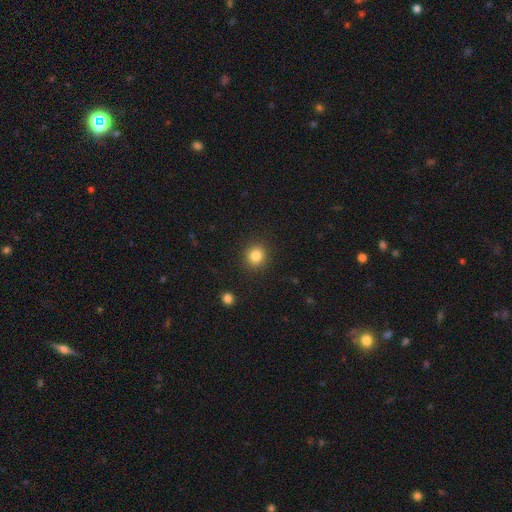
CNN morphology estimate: A smooth galaxy with no disk features (83%) that is round (88%).

Vote fractions:
- Smooth or featured? smooth: 83% / star or artifact: 11% / featured or disk: 6%
- How rounded? round: 88% / in between: 11% / cigar-shaped: 1%
- Merging? none: 90% / minor disturbance: 6% / major disturbance: 2% / merger: 1%